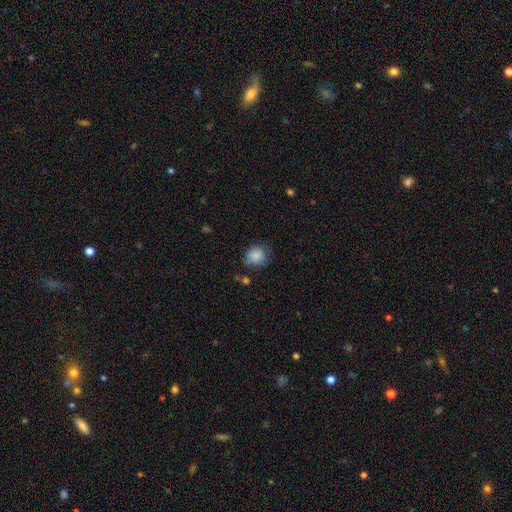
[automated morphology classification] type=smooth (86%); roundness=round (71%); merging=none (71%).